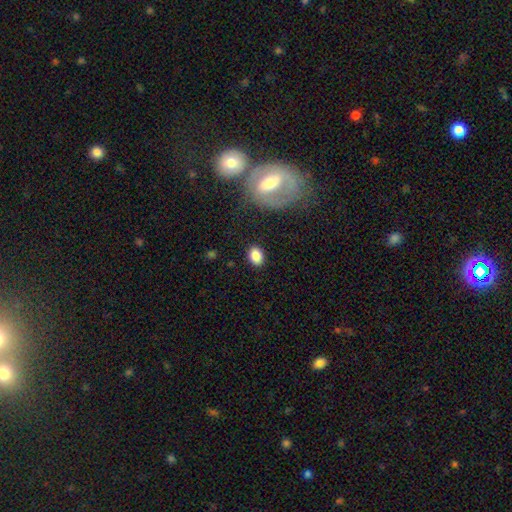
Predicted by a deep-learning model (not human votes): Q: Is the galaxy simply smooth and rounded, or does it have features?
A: smooth — 86%.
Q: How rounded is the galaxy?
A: in between — 73%.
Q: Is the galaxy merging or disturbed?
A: none — 86%.